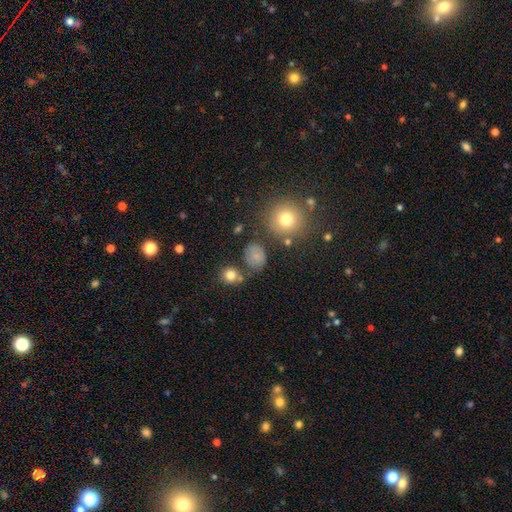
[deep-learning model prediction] smooth-or-featured: smooth: 70% | star or artifact: 16% | featured or disk: 15%
  how-rounded: round: 62% | in between: 37% | cigar-shaped: 1%
  merging: none: 68% | minor disturbance: 19% | major disturbance: 7% | merger: 6%